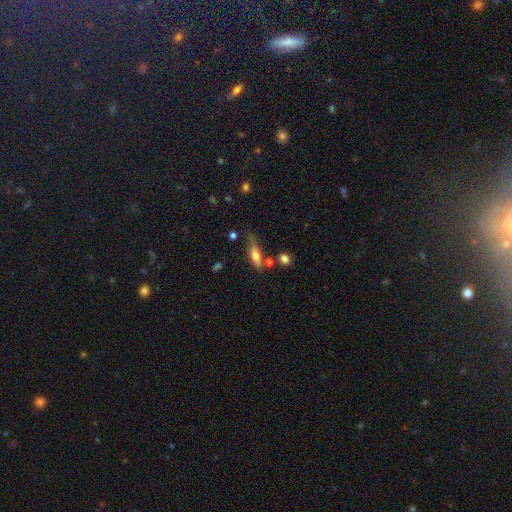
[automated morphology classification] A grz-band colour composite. It shows a smooth galaxy with no disk features (67%) that is in between round and cigar-shaped (60%). Merging: none (52%).